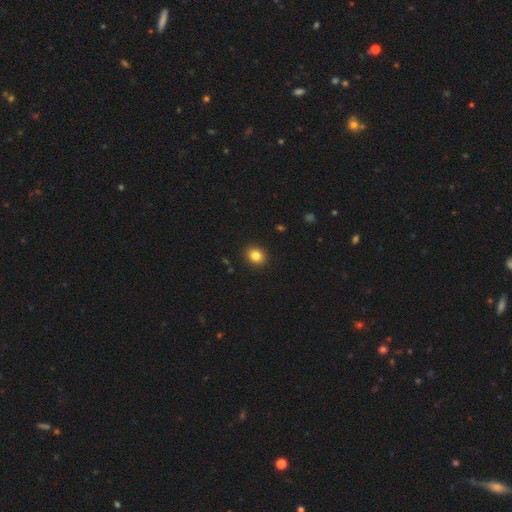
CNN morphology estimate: A smooth galaxy with no disk features (84%) that is round (68%). Merging: none (91%).